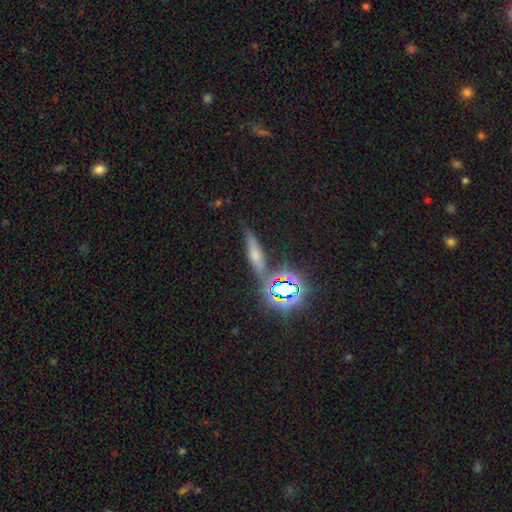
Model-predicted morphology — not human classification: smooth 43%, star or artifact 29%, featured or disk 28%. Down the decision tree: merging — none (73%).